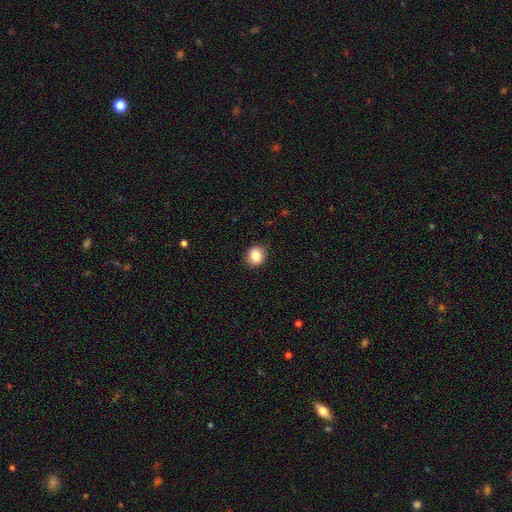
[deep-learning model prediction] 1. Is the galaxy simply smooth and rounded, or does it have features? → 84% smooth, 10% star or artifact, 6% featured or disk.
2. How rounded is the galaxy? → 76% round, 23% in between, 1% cigar-shaped.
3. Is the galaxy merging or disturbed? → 90% none, 7% minor disturbance, 2% major disturbance, 1% merger.